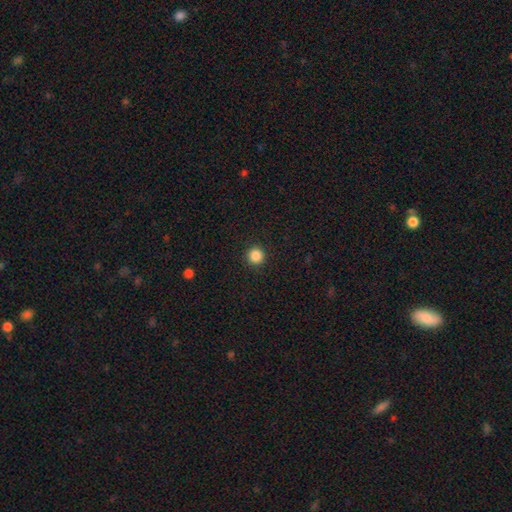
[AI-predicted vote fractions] Overall: smooth (86%). How rounded: round (96%). Merging: none (93%).